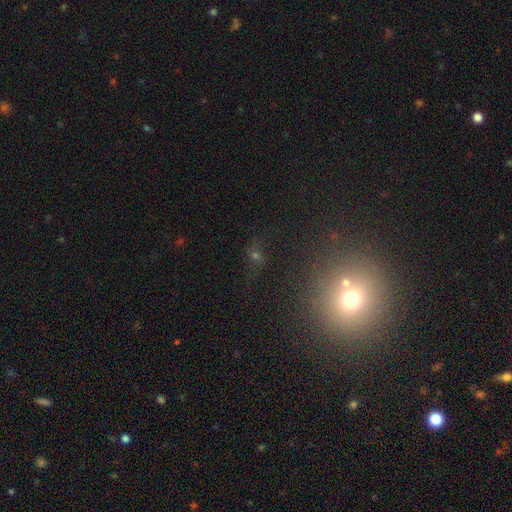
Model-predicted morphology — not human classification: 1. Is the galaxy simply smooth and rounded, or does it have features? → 44% star or artifact, 37% smooth, 19% featured or disk.